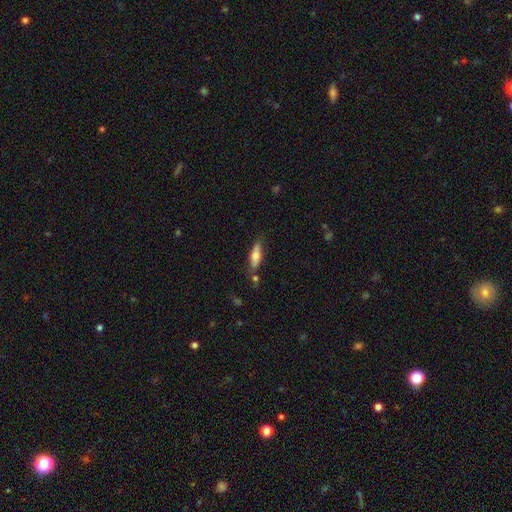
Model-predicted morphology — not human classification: Smooth or featured?
  - smooth: 67% *
  - featured or disk: 27%
  - star or artifact: 7%
How rounded?
  - in between: 54% *
  - cigar-shaped: 43%
  - round: 2%
Merging?
  - none: 71% *
  - minor disturbance: 18%
  - merger: 7%
  - major disturbance: 4%